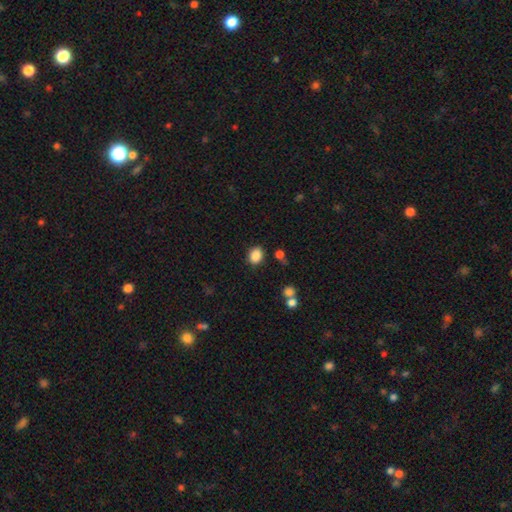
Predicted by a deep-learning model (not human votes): smooth-or-featured: smooth: 86% | star or artifact: 10% | featured or disk: 4%
  how-rounded: round: 51% | in between: 48% | cigar-shaped: 1%
  merging: none: 81% | minor disturbance: 12% | merger: 4% | major disturbance: 4%